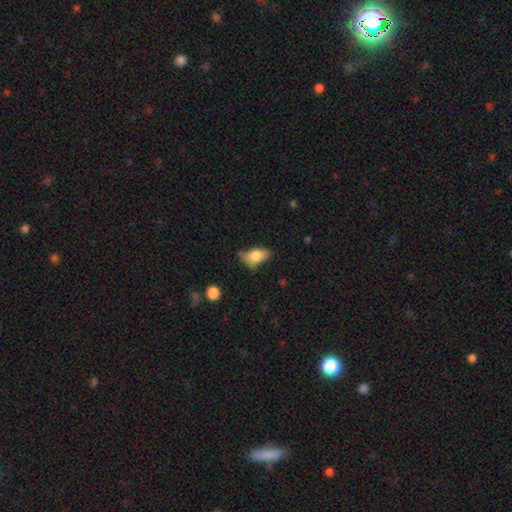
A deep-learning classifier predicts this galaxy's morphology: smooth-or-featured: smooth: 73% | featured or disk: 19% | star or artifact: 8%
  how-rounded: in between: 89% | round: 7% | cigar-shaped: 5%
  merging: none: 43% | minor disturbance: 37% | major disturbance: 14% | merger: 5%